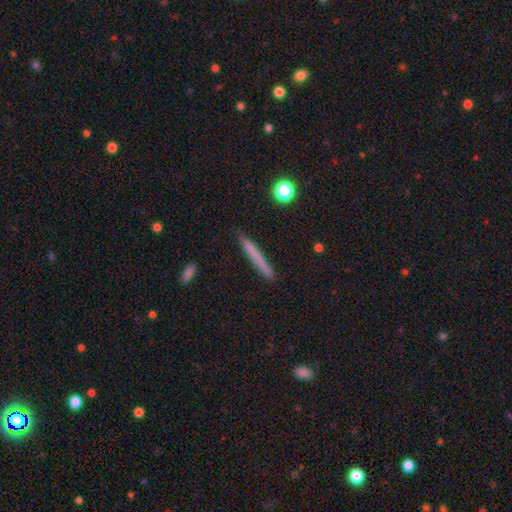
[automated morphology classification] smooth 69%, featured or disk 23%, star or artifact 7%. Down the decision tree: how rounded — cigar-shaped (96%); merging — none (89%).